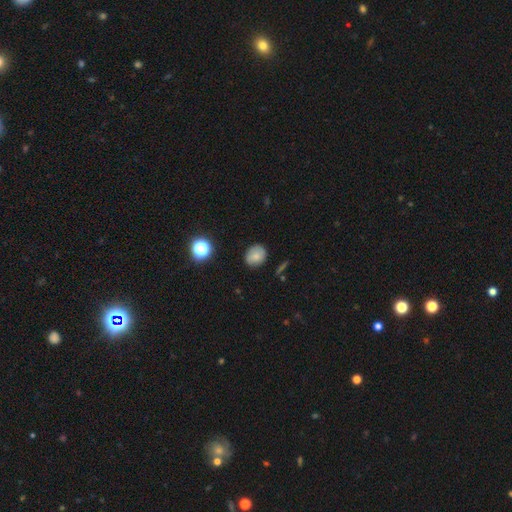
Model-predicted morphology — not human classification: This is likely a smooth galaxy (73%). How rounded: likely round (69%). Merging: likely none (80%).